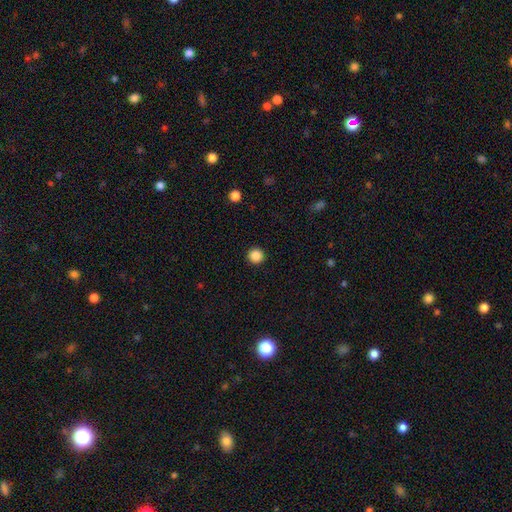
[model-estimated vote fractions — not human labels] Smooth or featured? Predicted: smooth (p=0.87). How rounded? Predicted: round (p=0.96). Merging? Predicted: none (p=0.93).